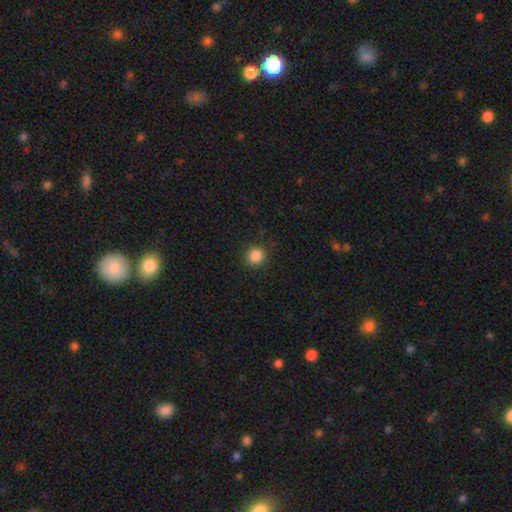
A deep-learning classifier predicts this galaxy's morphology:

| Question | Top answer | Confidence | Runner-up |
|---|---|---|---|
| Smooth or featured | smooth | 86% | star or artifact (11%) |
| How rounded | round | 91% | in between (8%) |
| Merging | none | 88% | minor disturbance (8%) |